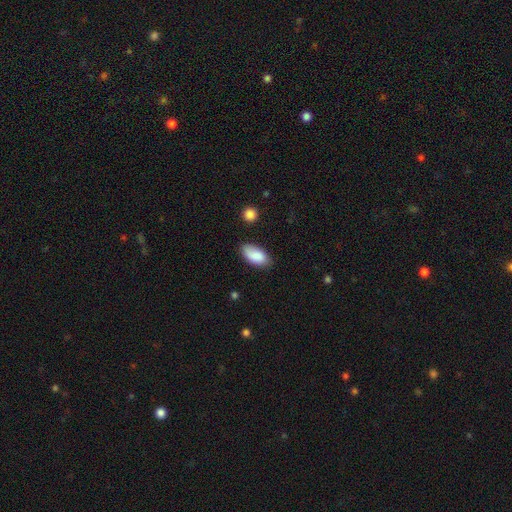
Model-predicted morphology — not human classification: Smooth or featured?
  - smooth: 87% *
  - featured or disk: 7%
  - star or artifact: 6%
How rounded?
  - in between: 93% *
  - cigar-shaped: 4%
  - round: 3%
Merging?
  - none: 75% *
  - minor disturbance: 19%
  - major disturbance: 4%
  - merger: 2%